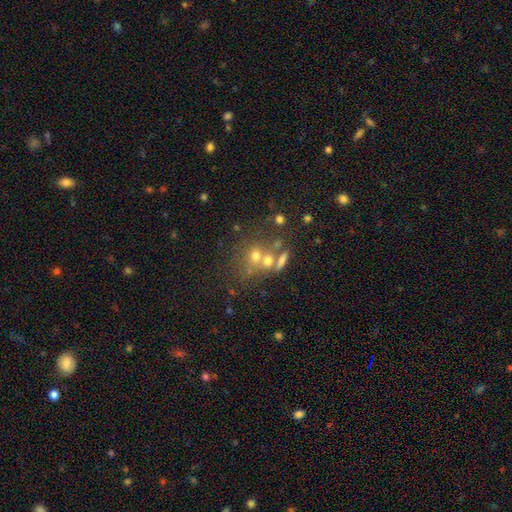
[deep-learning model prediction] smooth 59%, featured or disk 22%, star or artifact 20%. Down the decision tree: how rounded — round (74%); merging — none (43%).